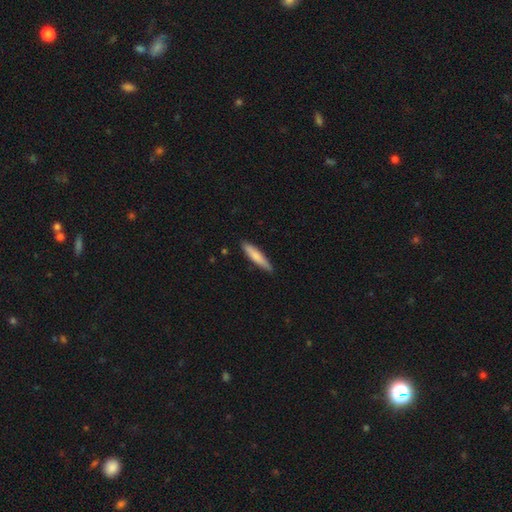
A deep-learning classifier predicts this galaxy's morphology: This appears to be a smooth galaxy with no disk features (77%) that is cigar-shaped (88%). Merging: none (86%).